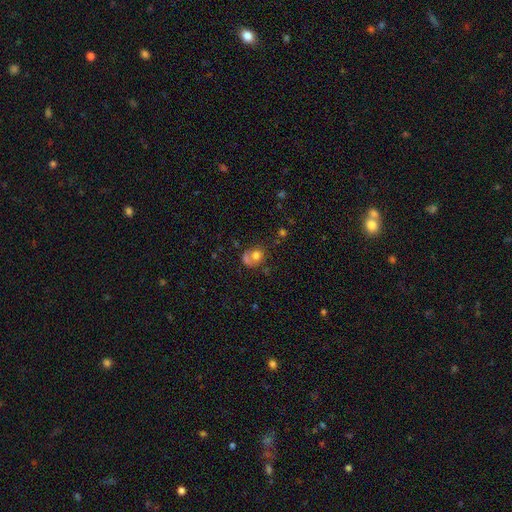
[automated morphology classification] Overall: smooth (69%). How rounded: round (63%; in between 36%). Merging: none (36%; merger 31%).